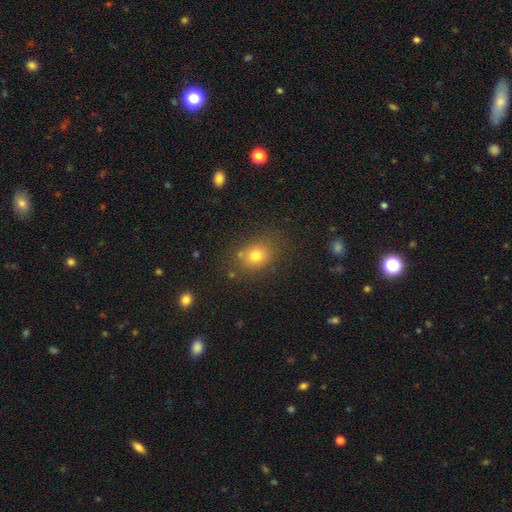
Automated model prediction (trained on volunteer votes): Smooth or featured?
  - smooth: 75% *
  - star or artifact: 15%
  - featured or disk: 10%
How rounded?
  - in between: 50% *
  - round: 49%
  - cigar-shaped: 1%
Merging?
  - none: 76% *
  - minor disturbance: 14%
  - merger: 6%
  - major disturbance: 5%